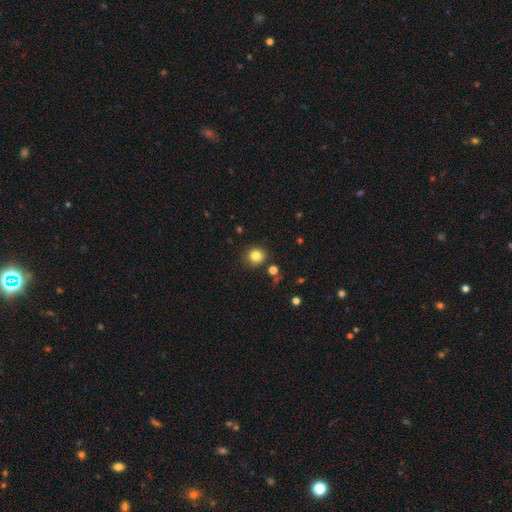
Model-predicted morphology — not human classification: A smooth galaxy with no disk features (82%) that is round (88%).

Vote fractions:
- Smooth or featured? smooth: 82% / star or artifact: 12% / featured or disk: 6%
- How rounded? round: 88% / in between: 11% / cigar-shaped: 1%
- Merging? none: 85% / minor disturbance: 9% / merger: 4% / major disturbance: 3%